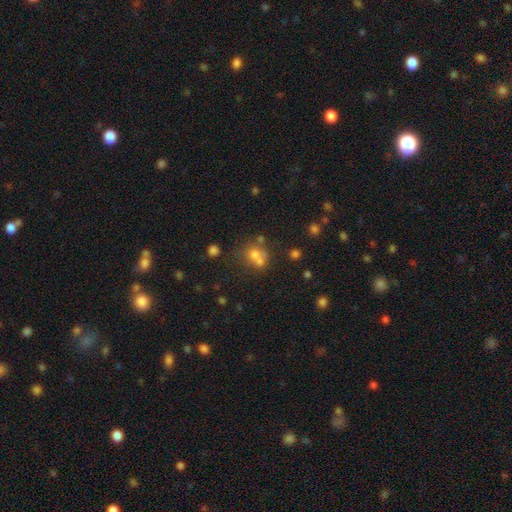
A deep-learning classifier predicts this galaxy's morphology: Smooth or featured?
  - smooth: 63% *
  - star or artifact: 20%
  - featured or disk: 18%
How rounded?
  - round: 71% *
  - in between: 28%
  - cigar-shaped: 1%
Merging?
  - merger: 48% *
  - none: 37%
  - minor disturbance: 10%
  - major disturbance: 6%